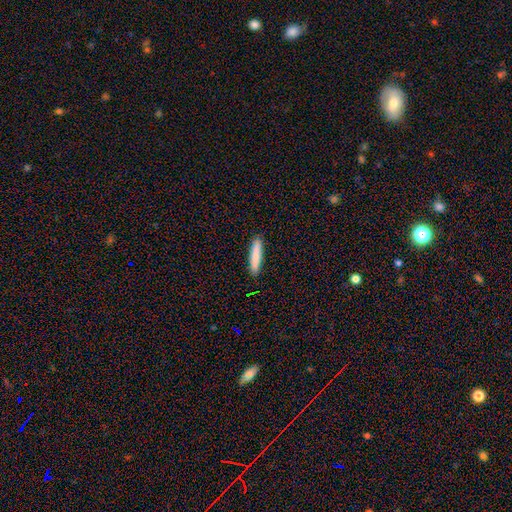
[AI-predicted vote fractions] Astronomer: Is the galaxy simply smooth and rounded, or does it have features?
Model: smooth — 84%.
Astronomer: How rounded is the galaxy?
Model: cigar-shaped — 88%.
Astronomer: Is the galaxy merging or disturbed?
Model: none — 90%.